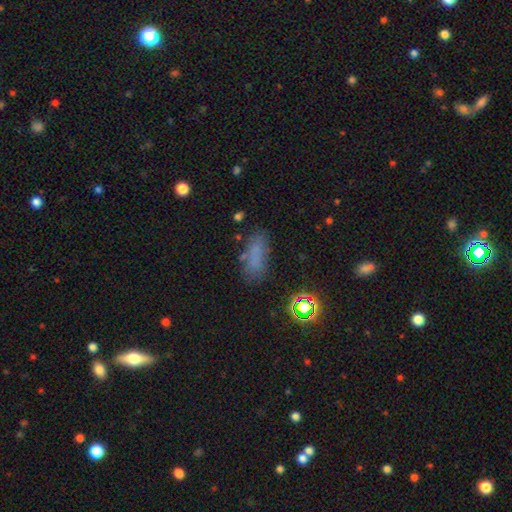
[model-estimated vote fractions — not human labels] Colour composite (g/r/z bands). It shows a smooth galaxy with no disk features (68%) that is in between round and cigar-shaped (67%). Merging: none (68%).